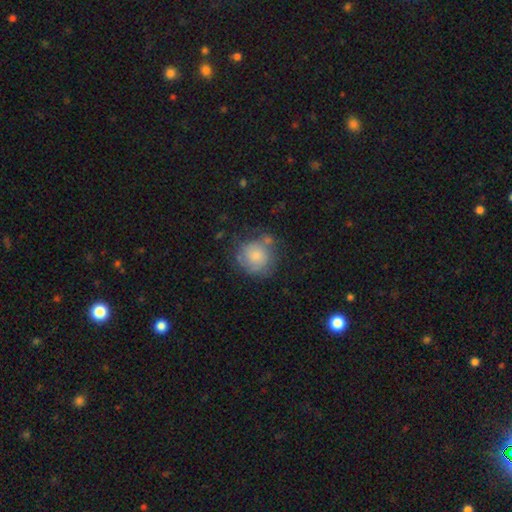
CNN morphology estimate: smooth_or_featured: smooth (p=0.71) [alt: featured or disk p=0.21]
how_rounded: round (p=0.85) [alt: in between p=0.14]
merging: none (p=0.53) [alt: minor disturbance p=0.25]